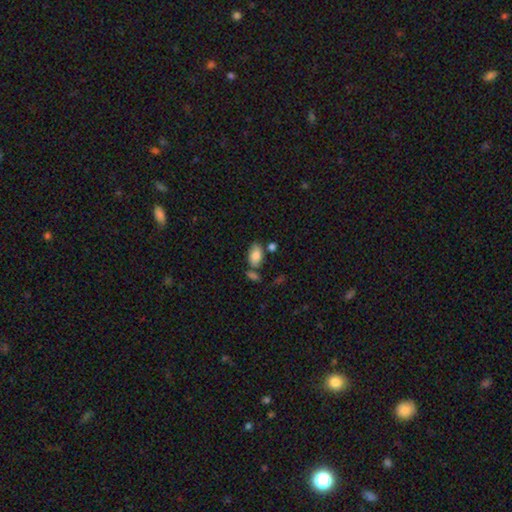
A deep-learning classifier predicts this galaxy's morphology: Smooth or featured: smooth — 82% (featured or disk — 10%)
How rounded: in between — 93% (round — 5%)
Merging: none — 61% (minor disturbance — 18%)